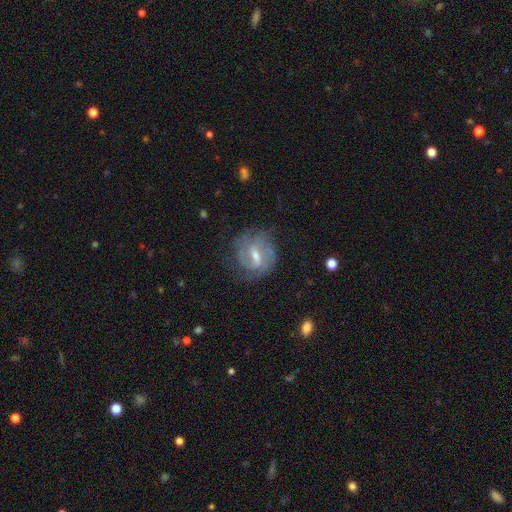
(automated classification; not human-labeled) Smooth or featured: featured or disk — 77% (smooth — 16%)
Edge-on disk: no — 96% (yes — 4%)
Bar: weak — 53% (strong — 35%)
Spiral arms: yes — 88% (no — 12%)
Spiral winding: tight — 42% (medium — 41%)
Spiral arm count: 2 — 53% (can't tell — 25%)
Bulge size: moderate — 53% (small — 38%)
Merging: none — 66% (minor disturbance — 21%)